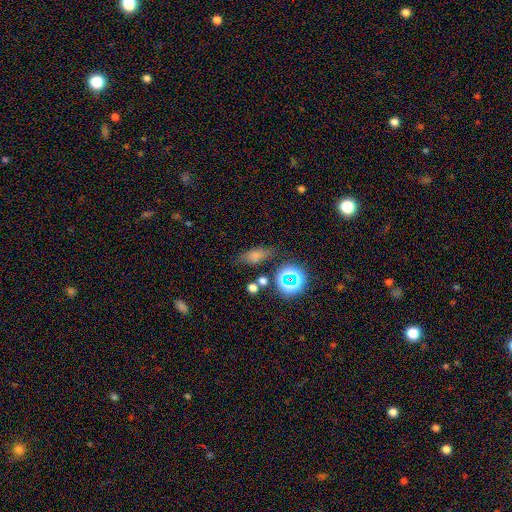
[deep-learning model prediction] The model was most divided on "merging": none: 65%, minor disturbance: 20%, major disturbance: 7%, merger: 7%. More confident: how rounded — in between (70%); smooth or featured — smooth (65%).